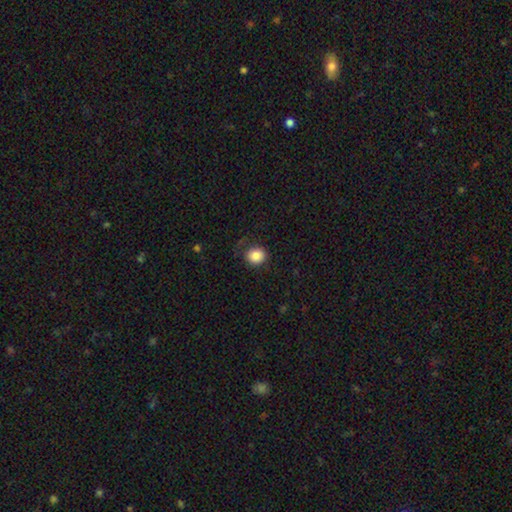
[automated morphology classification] Overall: smooth (85%). How rounded: round (83%). Merging: none (81%).